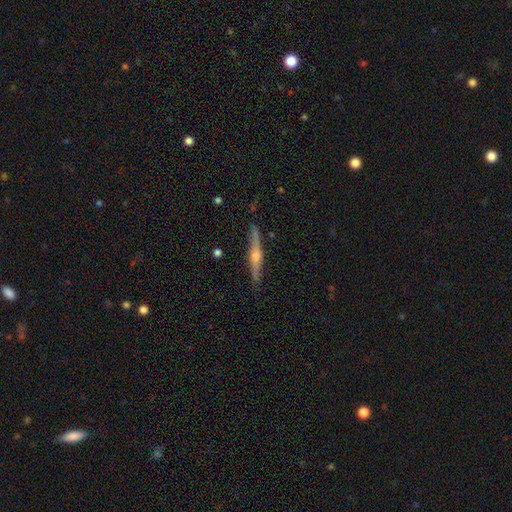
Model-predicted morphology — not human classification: featured or disk 78%, smooth 16%, star or artifact 6%. Down the decision tree: edge-on disk — yes (98%); edge-on bulge — rounded (85%); merging — none (88%).